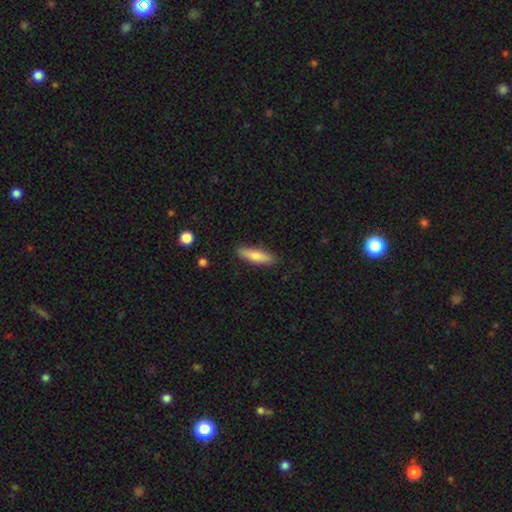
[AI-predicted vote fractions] smooth 73%, featured or disk 21%, star or artifact 6%. Down the decision tree: how rounded — cigar-shaped (71%); merging — none (87%).